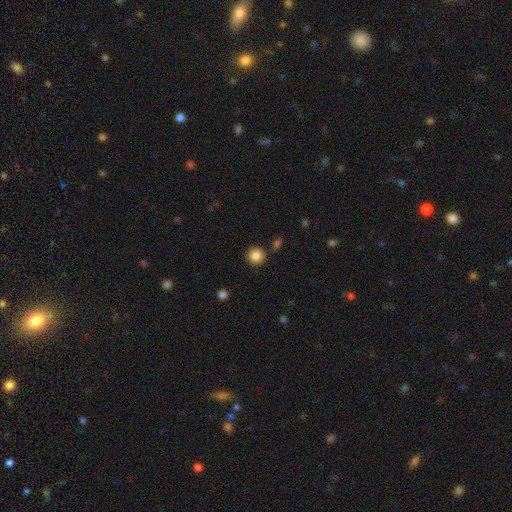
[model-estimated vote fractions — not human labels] smooth 85%, star or artifact 10%, featured or disk 5%. Down the decision tree: how rounded — round (94%); merging — none (87%).